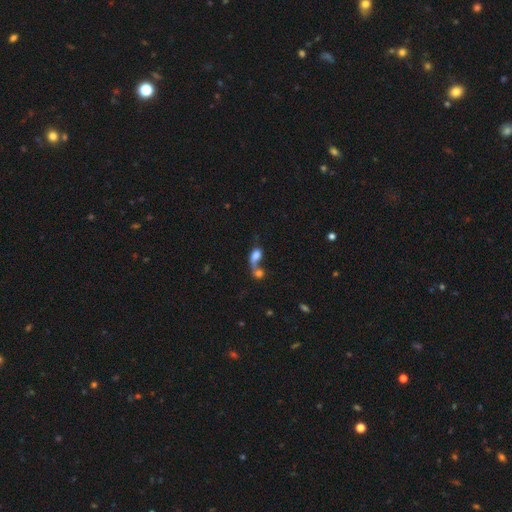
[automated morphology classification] The model was most divided on "how rounded": in between: 72%, round: 22%, cigar-shaped: 6%. More confident: smooth or featured — smooth (69%); merging — merger (66%).